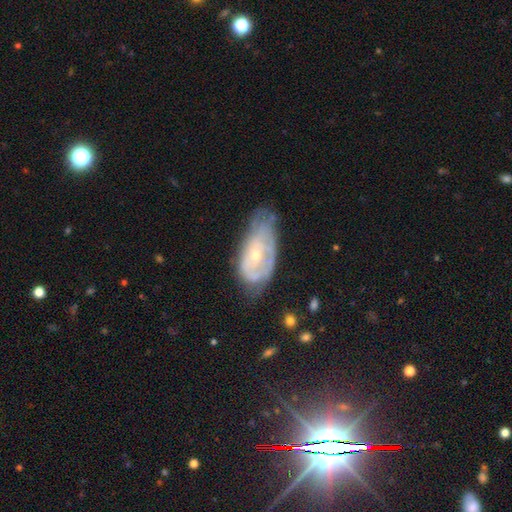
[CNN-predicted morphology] This is likely a featured or disk galaxy (65%). It is clearly not viewed edge-on (93%). Bar: likely no (77%). Spiral arm pattern: likely yes (60%). Central bulge: likely small (60%). Merging: marginally none (38%).